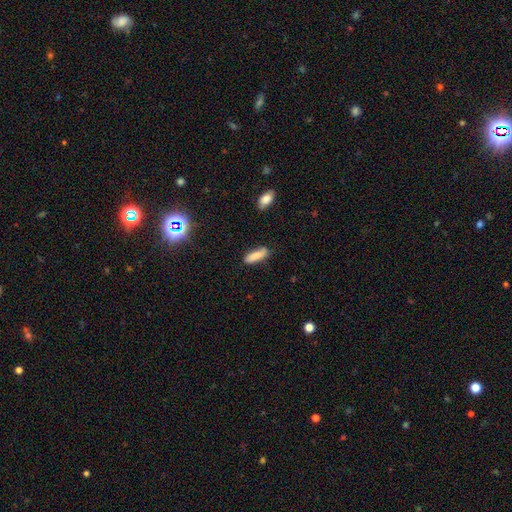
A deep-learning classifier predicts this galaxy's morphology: Smooth or featured? smooth (84%)
How rounded? in between (51%)
Merging? none (80%)